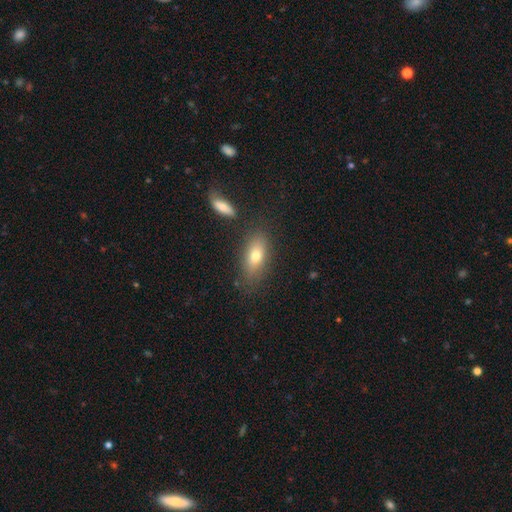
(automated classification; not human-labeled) This is likely a smooth galaxy (72%). How rounded: likely in between (78%). Merging: likely none (76%).